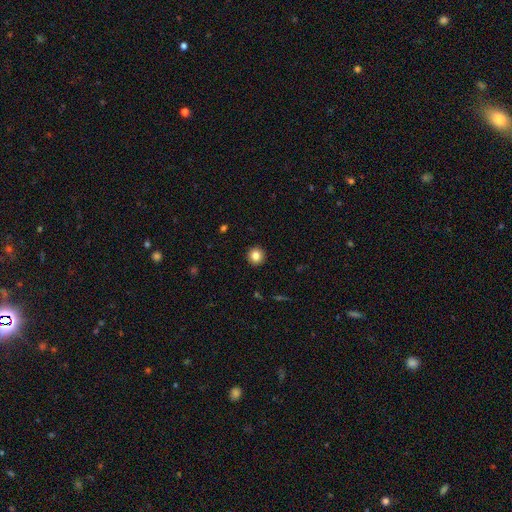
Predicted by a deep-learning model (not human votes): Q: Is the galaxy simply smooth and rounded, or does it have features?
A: smooth — 84%.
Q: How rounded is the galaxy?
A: round — 93%.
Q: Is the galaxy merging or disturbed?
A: none — 93%.